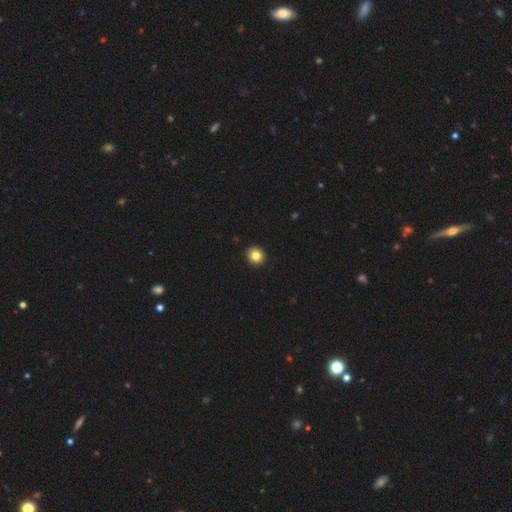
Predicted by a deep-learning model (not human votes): Overall: smooth (83%). How rounded: round (91%). Merging: none (94%).